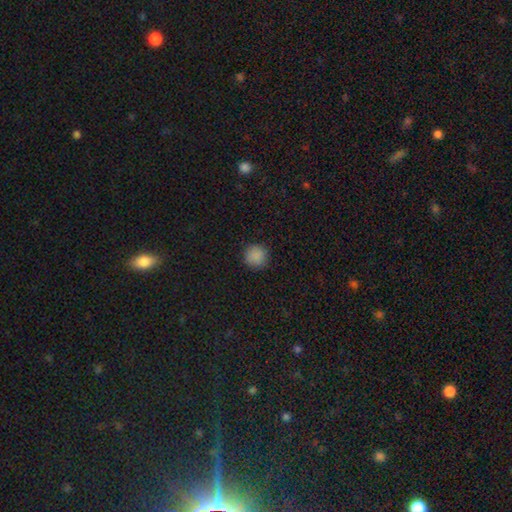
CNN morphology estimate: smooth-or-featured: smooth: 88% | star or artifact: 10% | featured or disk: 3%
  how-rounded: round: 95% | in between: 4% | cigar-shaped: 1%
  merging: none: 91% | minor disturbance: 6% | major disturbance: 2% | merger: 1%